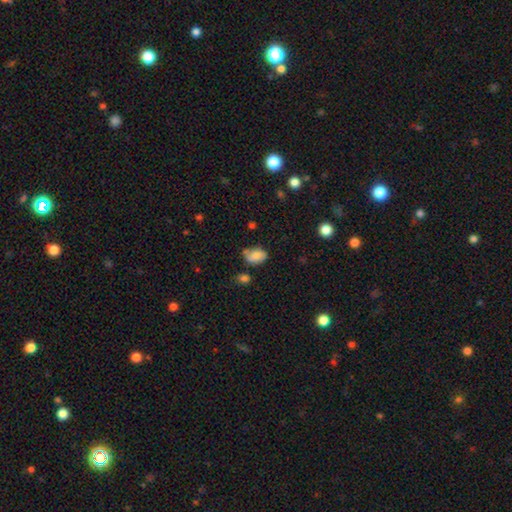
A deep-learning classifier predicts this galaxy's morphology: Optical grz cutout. It shows a smooth galaxy with no disk features (74%) that is in between round and cigar-shaped (76%). Merging: none (51%).